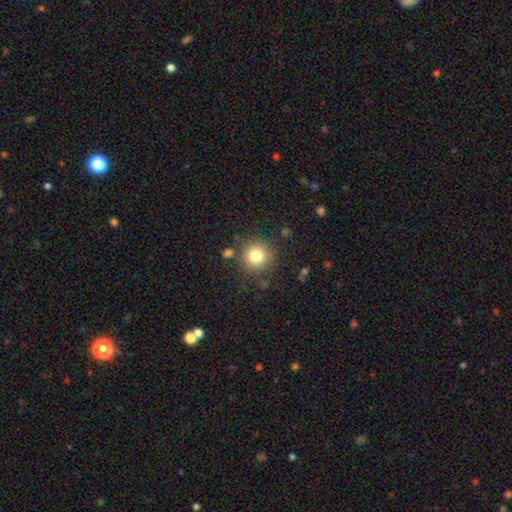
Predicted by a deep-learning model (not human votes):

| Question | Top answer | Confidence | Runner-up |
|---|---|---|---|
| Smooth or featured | smooth | 80% | star or artifact (12%) |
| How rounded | round | 94% | in between (5%) |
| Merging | none | 84% | minor disturbance (9%) |